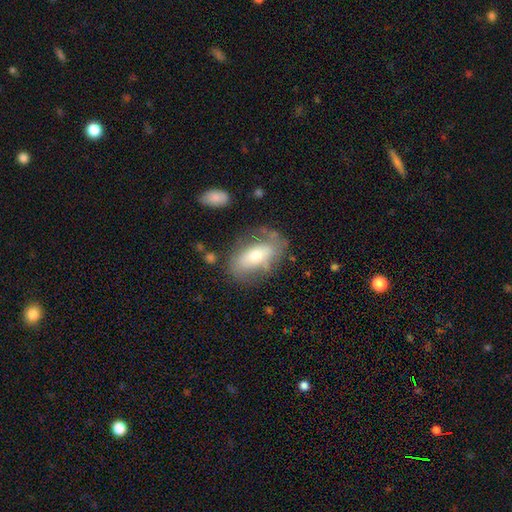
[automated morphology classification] Smooth or featured? Predicted: smooth (p=0.52). How rounded? Predicted: in between (p=0.85). Merging? Predicted: none (p=0.61).